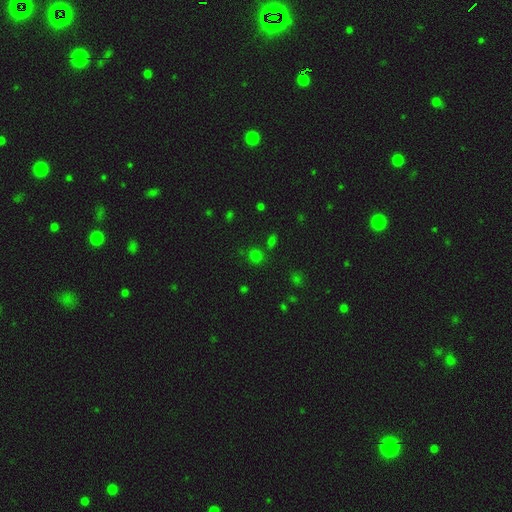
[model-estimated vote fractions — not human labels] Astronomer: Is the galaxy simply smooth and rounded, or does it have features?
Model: smooth — 71%.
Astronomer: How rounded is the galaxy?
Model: round — 83%.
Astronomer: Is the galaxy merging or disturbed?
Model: none — 78%.